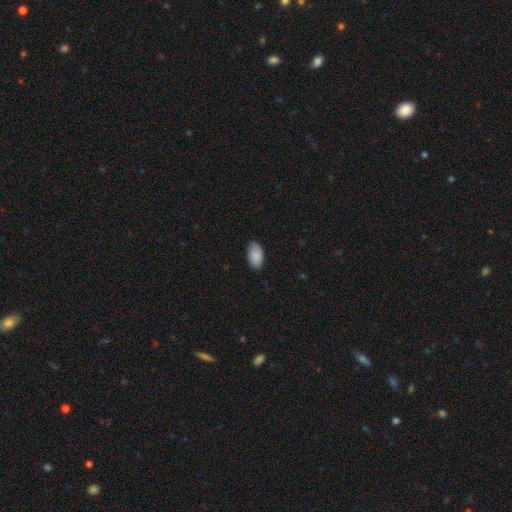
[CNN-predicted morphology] This is clearly a smooth galaxy (88%). How rounded: clearly in between (95%). Merging: clearly none (87%).